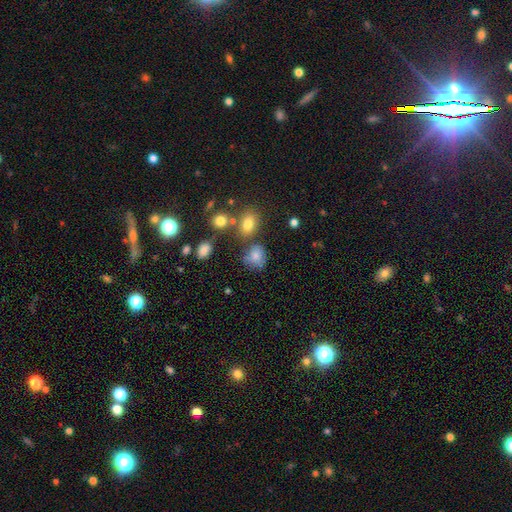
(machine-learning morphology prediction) Smooth or featured?
  - smooth: 76% *
  - star or artifact: 13%
  - featured or disk: 11%
How rounded?
  - round: 56% *
  - in between: 43%
  - cigar-shaped: 1%
Merging?
  - none: 55% *
  - minor disturbance: 23%
  - merger: 13%
  - major disturbance: 9%